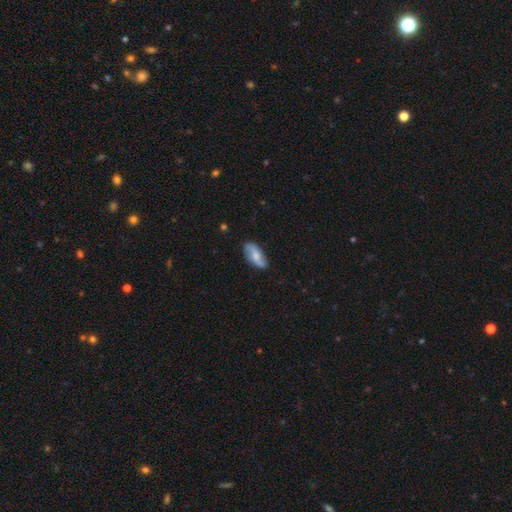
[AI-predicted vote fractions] Q: Smooth or featured?
A: featured or disk (57%); runner-up: smooth (37%)
Q: Edge-on disk?
A: no (90%); runner-up: yes (10%)
Q: Bar?
A: no (52%); runner-up: weak (36%)
Q: Spiral arms?
A: yes (89%); runner-up: no (11%)
Q: Bulge size?
A: moderate (49%); runner-up: small (37%)
Q: Merging?
A: none (79%); runner-up: minor disturbance (16%)